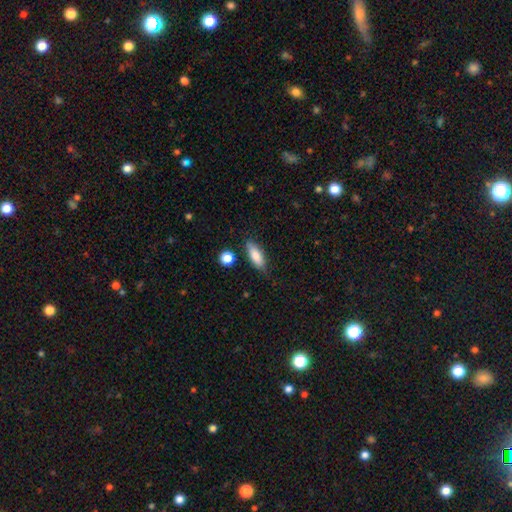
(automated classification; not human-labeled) A smooth galaxy with no disk features (83%) that is in between round and cigar-shaped (69%).

Vote fractions:
- Smooth or featured? smooth: 83% / featured or disk: 11% / star or artifact: 7%
- How rounded? in between: 69% / cigar-shaped: 28% / round: 3%
- Merging? none: 78% / minor disturbance: 15% / major disturbance: 3% / merger: 3%